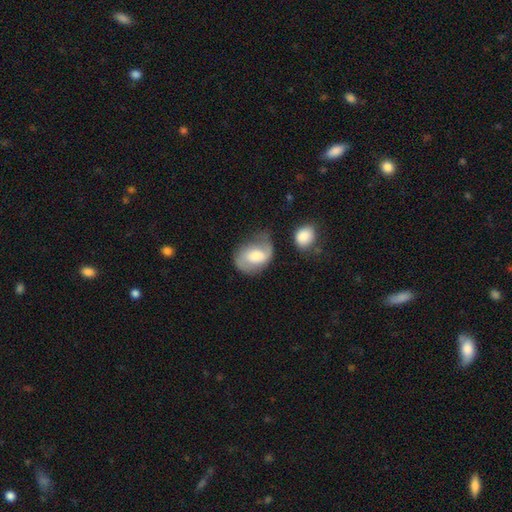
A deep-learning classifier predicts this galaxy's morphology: Smooth or featured? Predicted: featured or disk (p=0.57). Edge-on disk? Predicted: no (p=0.97). Bar? Predicted: weak (p=0.44). Spiral arms? Predicted: yes (p=0.83). Bulge size? Predicted: moderate (p=0.48). Merging? Predicted: none (p=0.49).